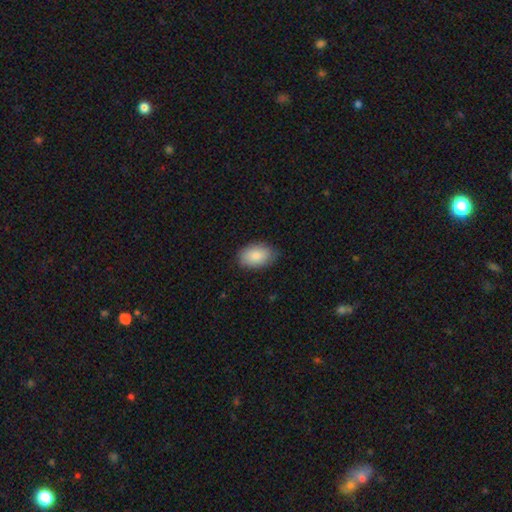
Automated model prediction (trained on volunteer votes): This is clearly a smooth galaxy (88%). How rounded: clearly in between (92%). Merging: clearly none (81%).